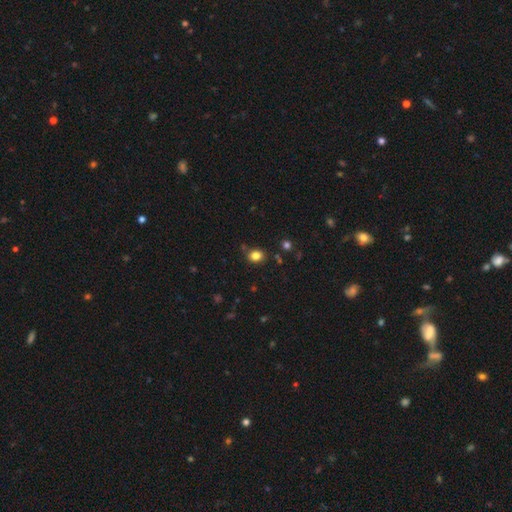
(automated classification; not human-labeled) smooth-or-featured: smooth: 81% | star or artifact: 13% | featured or disk: 6%
  how-rounded: round: 64% | in between: 35% | cigar-shaped: 1%
  merging: none: 82% | minor disturbance: 11% | merger: 4% | major disturbance: 3%